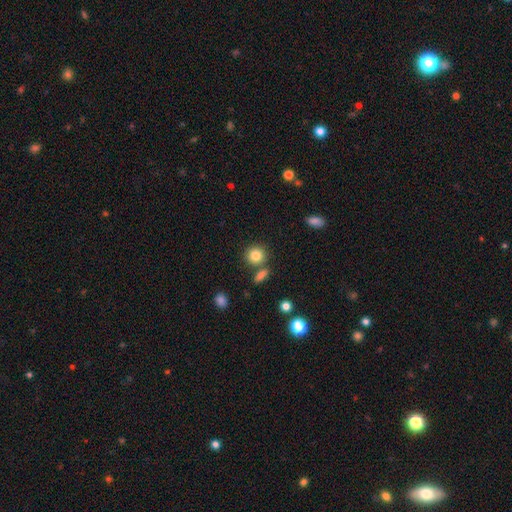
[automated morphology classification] This is clearly a smooth galaxy (83%). How rounded: clearly round (85%). Merging: likely none (73%).